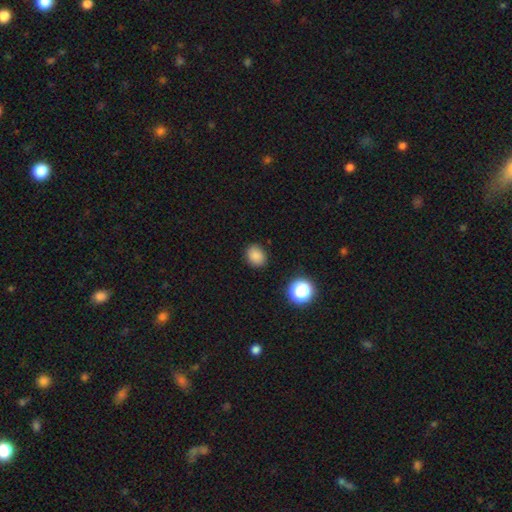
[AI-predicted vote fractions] Smooth or featured? smooth (83%)
How rounded? in between (51%)
Merging? none (86%)